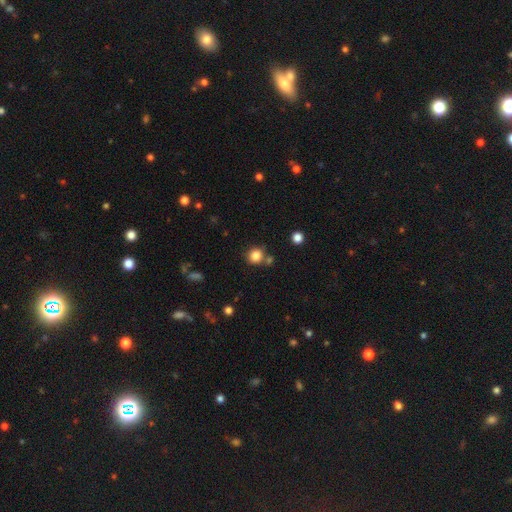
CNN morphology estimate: Overall: smooth (83%). How rounded: round (87%). Merging: none (73%).